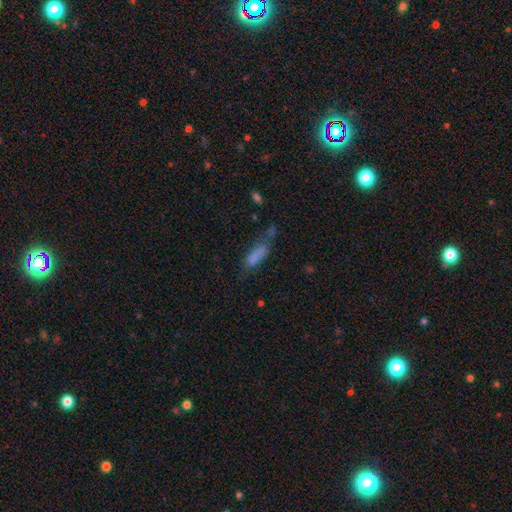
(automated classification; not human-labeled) Q: Smooth or featured?
A: smooth (78%); runner-up: featured or disk (12%)
Q: How rounded?
A: in between (60%); runner-up: cigar-shaped (38%)
Q: Merging?
A: none (38%); runner-up: minor disturbance (29%)